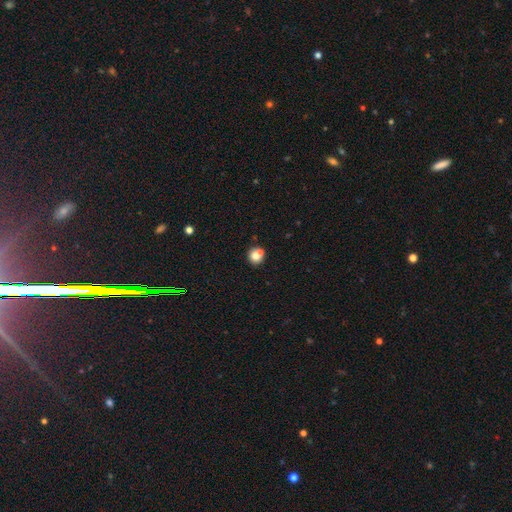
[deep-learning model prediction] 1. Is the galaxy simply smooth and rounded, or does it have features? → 77% smooth, 12% featured or disk, 10% star or artifact.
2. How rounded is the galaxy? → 87% round, 12% in between, 1% cigar-shaped.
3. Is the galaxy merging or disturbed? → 57% none, 30% merger, 10% minor disturbance, 3% major disturbance.